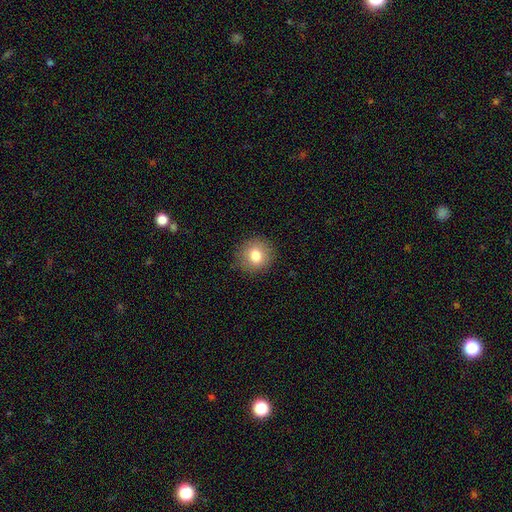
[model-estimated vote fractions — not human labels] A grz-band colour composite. It shows a smooth galaxy with no disk features (80%) that is round (86%). Merging: none (88%).